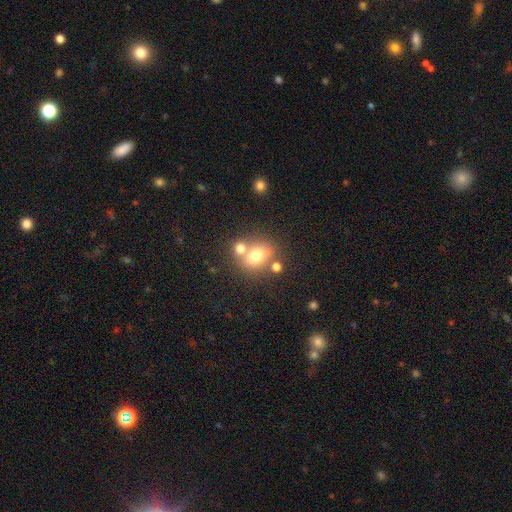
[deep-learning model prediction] smooth_or_featured: smooth (p=0.71) [alt: featured or disk p=0.16]
how_rounded: in between (p=0.50) [alt: round p=0.49]
merging: none (p=0.51) [alt: merger p=0.33]